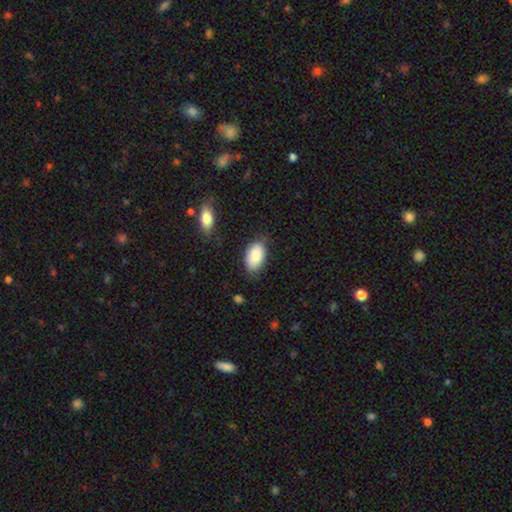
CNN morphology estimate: The model was most divided on "merging": none: 75%, minor disturbance: 19%, major disturbance: 4%, merger: 2%. More confident: how rounded — in between (93%); smooth or featured — smooth (85%).